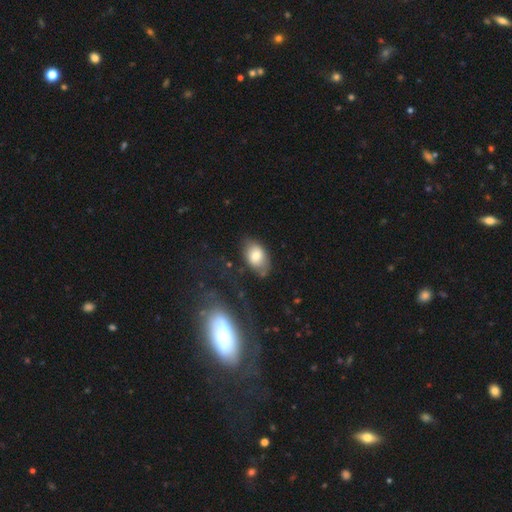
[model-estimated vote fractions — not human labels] Smooth or featured? smooth (75%)
How rounded? in between (86%)
Merging? none (66%)